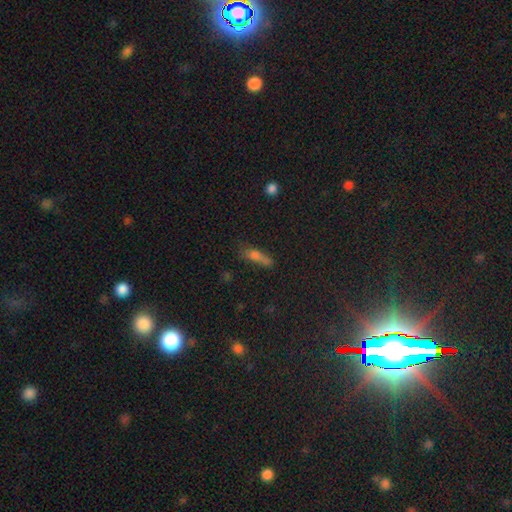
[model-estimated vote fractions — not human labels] Q: Smooth or featured?
A: smooth (62%); runner-up: featured or disk (20%)
Q: How rounded?
A: cigar-shaped (59%); runner-up: in between (35%)
Q: Merging?
A: none (50%); runner-up: minor disturbance (24%)